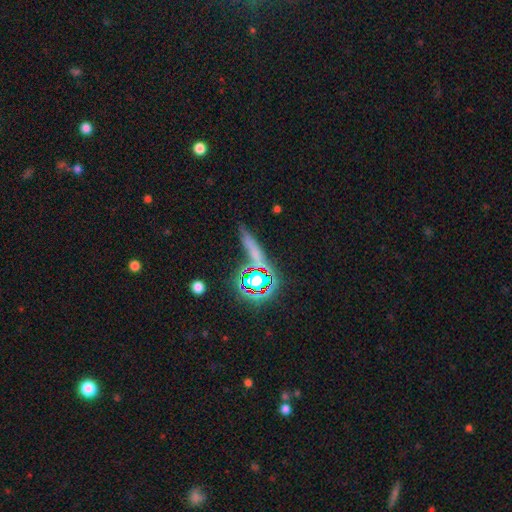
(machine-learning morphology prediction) A star or artifact, not a galaxy (52%).